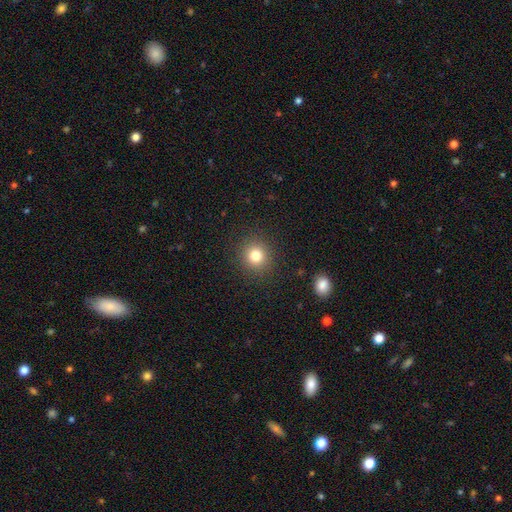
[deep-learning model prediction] Smooth or featured?
  - smooth: 80% *
  - star or artifact: 13%
  - featured or disk: 7%
How rounded?
  - round: 90% *
  - in between: 9%
  - cigar-shaped: 1%
Merging?
  - none: 90% *
  - minor disturbance: 6%
  - major disturbance: 3%
  - merger: 1%